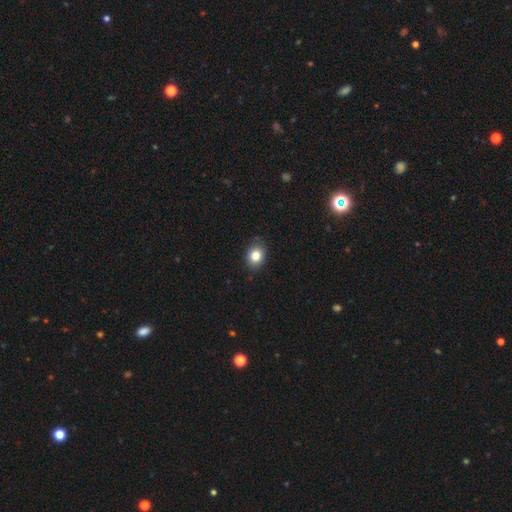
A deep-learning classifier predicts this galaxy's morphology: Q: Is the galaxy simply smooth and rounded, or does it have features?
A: smooth — 83%.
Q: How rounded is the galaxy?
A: in between — 54%.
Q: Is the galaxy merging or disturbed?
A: none — 85%.